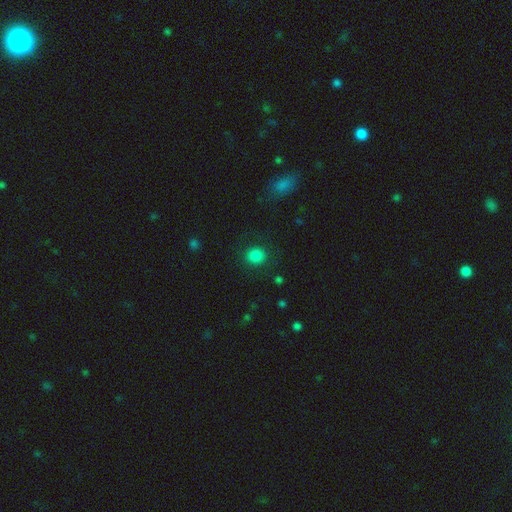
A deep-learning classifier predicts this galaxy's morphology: Smooth or featured?
  - smooth: 84% *
  - star or artifact: 11%
  - featured or disk: 5%
How rounded?
  - round: 79% *
  - in between: 20%
  - cigar-shaped: 1%
Merging?
  - none: 86% *
  - minor disturbance: 8%
  - major disturbance: 4%
  - merger: 1%